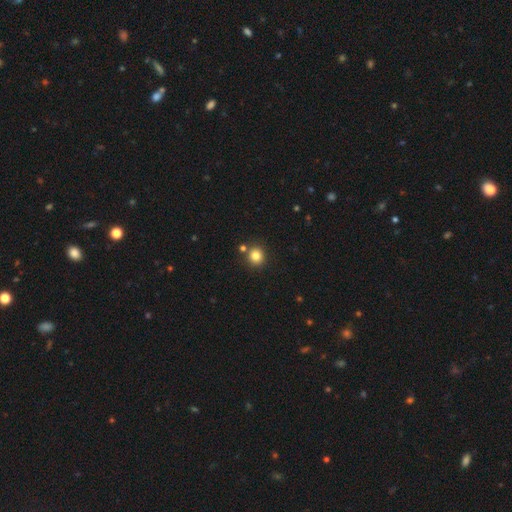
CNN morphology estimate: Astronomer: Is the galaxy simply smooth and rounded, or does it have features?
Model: smooth — 82%.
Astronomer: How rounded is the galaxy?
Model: round — 89%.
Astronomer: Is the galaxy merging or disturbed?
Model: none — 82%.